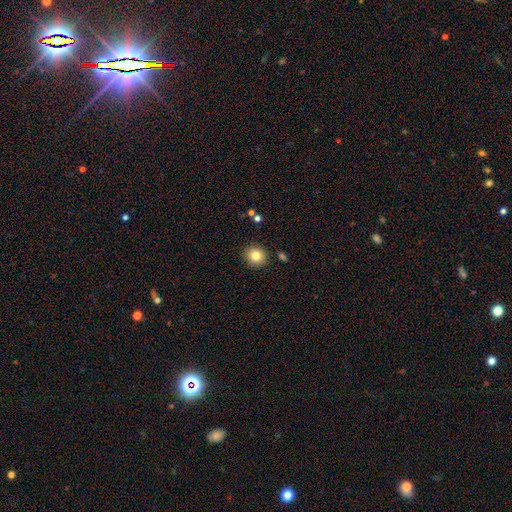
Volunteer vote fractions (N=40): Q: Smooth or featured?
A: smooth (85%); runner-up: featured or disk (8%)
Q: How rounded?
A: round (94%); runner-up: in between (6%)
Q: Merging?
A: none (95%); runner-up: minor disturbance (3%)